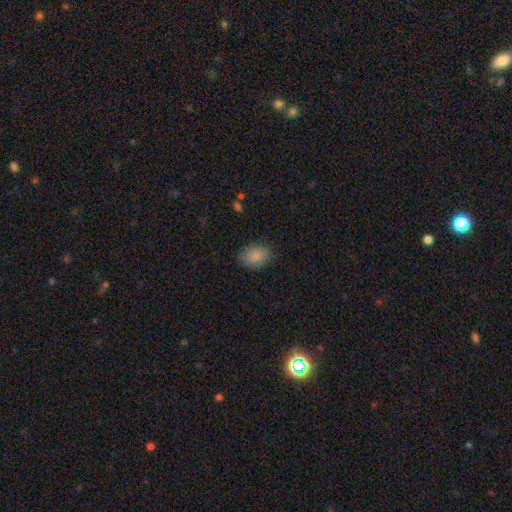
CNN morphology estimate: This appears to be a smooth galaxy with no disk features (88%) that is in between round and cigar-shaped (78%). Merging: none (82%).